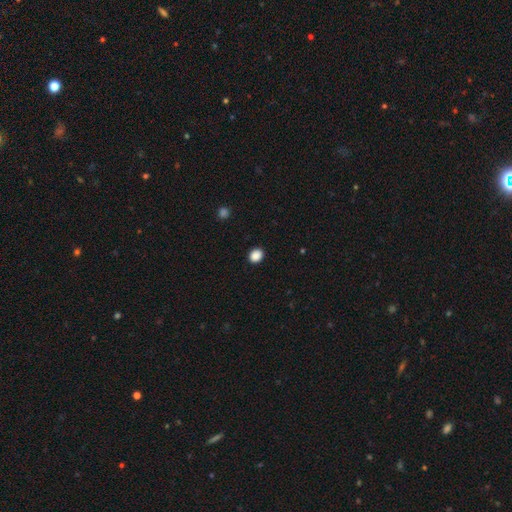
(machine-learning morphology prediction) Smooth or featured? smooth (88%)
How rounded? round (59%)
Merging? none (91%)